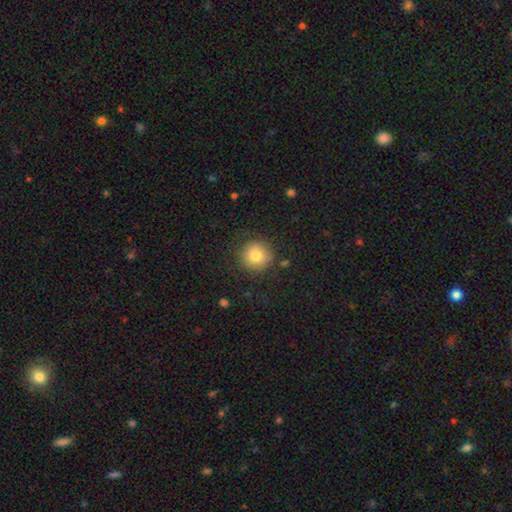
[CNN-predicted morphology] smooth-or-featured: smooth: 80% | star or artifact: 10% | featured or disk: 10%
  how-rounded: round: 94% | in between: 5% | cigar-shaped: 1%
  merging: none: 85% | minor disturbance: 10% | major disturbance: 3% | merger: 2%